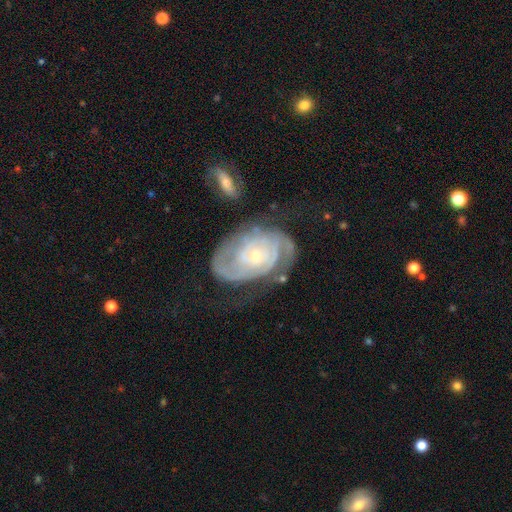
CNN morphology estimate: Smooth or featured: featured or disk — 87% (smooth — 7%)
Edge-on disk: no — 97% (yes — 3%)
Bar: no — 76% (weak — 18%)
Spiral arms: yes — 95% (no — 5%)
Spiral winding: tight — 69% (medium — 24%)
Spiral arm count: 2 — 45% (can't tell — 27%)
Bulge size: small — 70% (moderate — 26%)
Merging: none — 57% (minor disturbance — 21%)